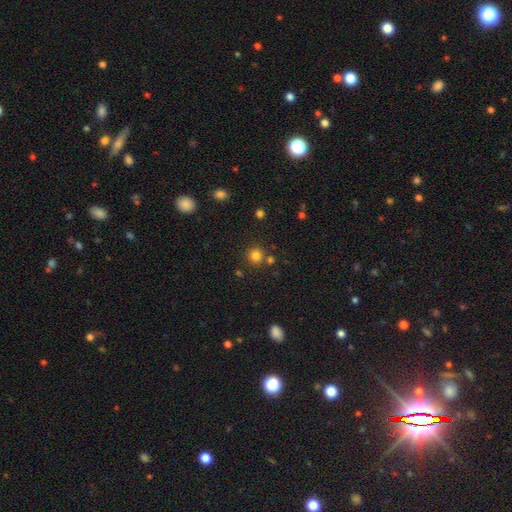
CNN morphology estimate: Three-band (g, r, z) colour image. It shows a smooth galaxy with no disk features (80%) that is round (93%). Merging: none (80%).